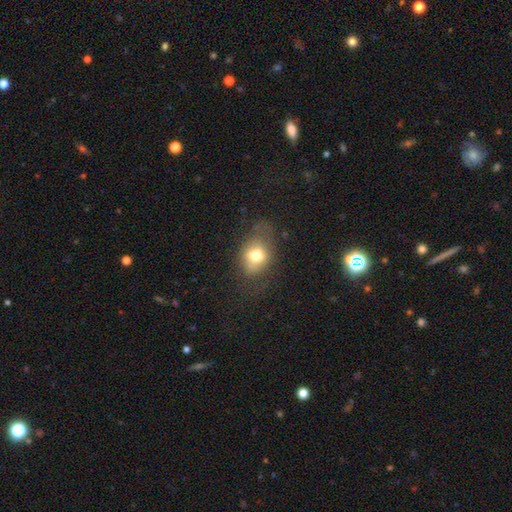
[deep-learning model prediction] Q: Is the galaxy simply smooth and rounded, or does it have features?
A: smooth — 68%.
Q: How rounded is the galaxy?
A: in between — 68%.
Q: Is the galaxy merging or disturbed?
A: none — 58%.